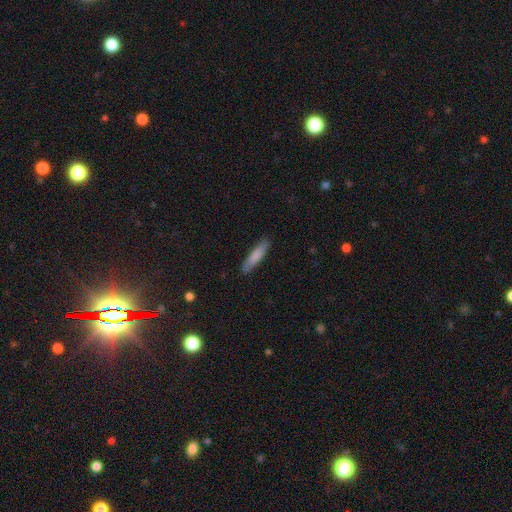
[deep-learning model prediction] Smooth or featured?
  - smooth: 81% *
  - featured or disk: 13%
  - star or artifact: 6%
How rounded?
  - cigar-shaped: 80% *
  - in between: 18%
  - round: 1%
Merging?
  - none: 86% *
  - minor disturbance: 11%
  - major disturbance: 2%
  - merger: 1%